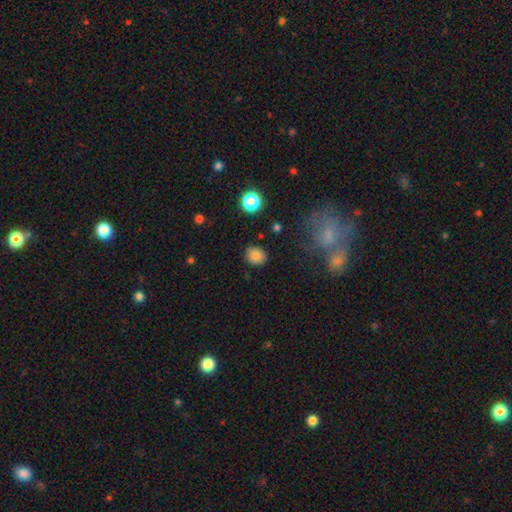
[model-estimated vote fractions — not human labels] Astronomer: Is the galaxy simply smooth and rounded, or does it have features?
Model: smooth — 82%.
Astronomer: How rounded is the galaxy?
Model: round — 65%.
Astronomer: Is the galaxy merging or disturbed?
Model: none — 84%.